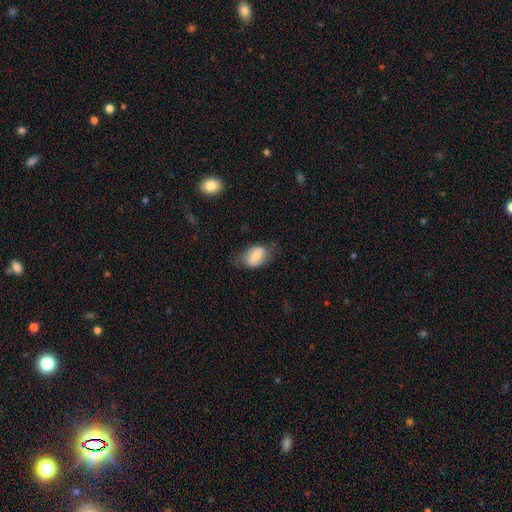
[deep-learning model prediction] A smooth galaxy with no disk features (66%) that is in between round and cigar-shaped (87%).

Vote fractions:
- Smooth or featured? smooth: 66% / featured or disk: 27% / star or artifact: 7%
- How rounded? in between: 87% / round: 11% / cigar-shaped: 2%
- Merging? none: 59% / minor disturbance: 28% / major disturbance: 11% / merger: 1%